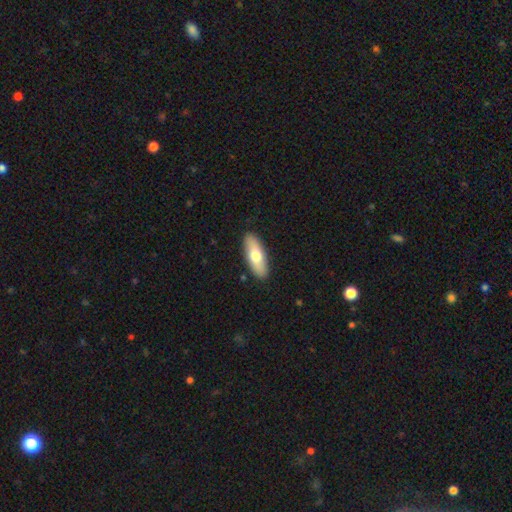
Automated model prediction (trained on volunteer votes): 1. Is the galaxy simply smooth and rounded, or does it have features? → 69% smooth, 26% featured or disk, 5% star or artifact.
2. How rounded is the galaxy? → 68% in between, 29% cigar-shaped, 3% round.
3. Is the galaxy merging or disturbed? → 89% none, 8% minor disturbance, 2% major disturbance, 1% merger.